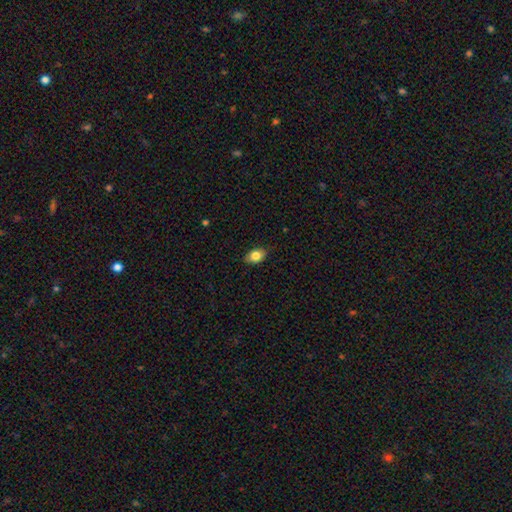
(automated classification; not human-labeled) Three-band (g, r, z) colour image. It shows a smooth galaxy with no disk features (82%) that is in between round and cigar-shaped (83%). Merging: none (83%).